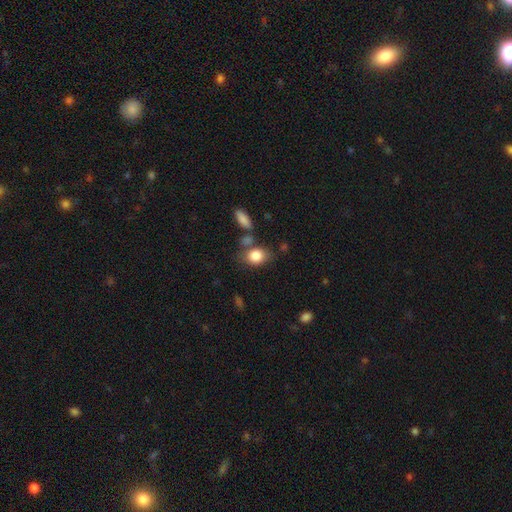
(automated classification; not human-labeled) This is clearly a smooth galaxy (84%). How rounded: likely in between (64%). Merging: possibly none (59%).